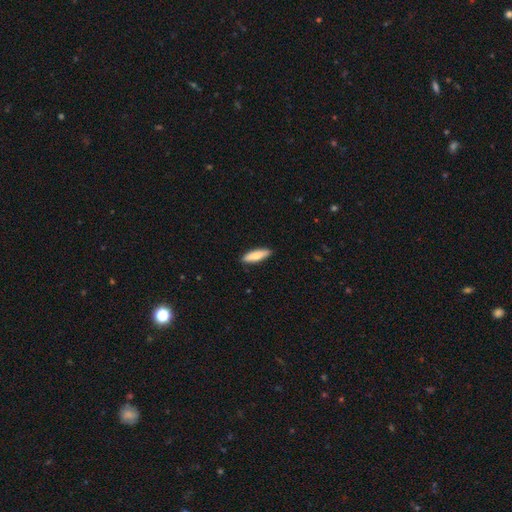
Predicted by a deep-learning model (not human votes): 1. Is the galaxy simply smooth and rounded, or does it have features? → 79% smooth, 15% featured or disk, 6% star or artifact.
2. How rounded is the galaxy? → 62% cigar-shaped, 37% in between, 2% round.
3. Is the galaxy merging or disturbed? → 90% none, 8% minor disturbance, 2% major disturbance, 1% merger.